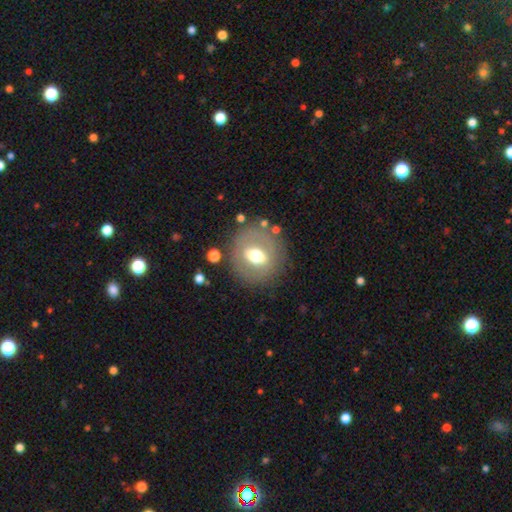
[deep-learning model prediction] Smooth or featured? Predicted: smooth (p=0.46). Merging? Predicted: none (p=0.78).